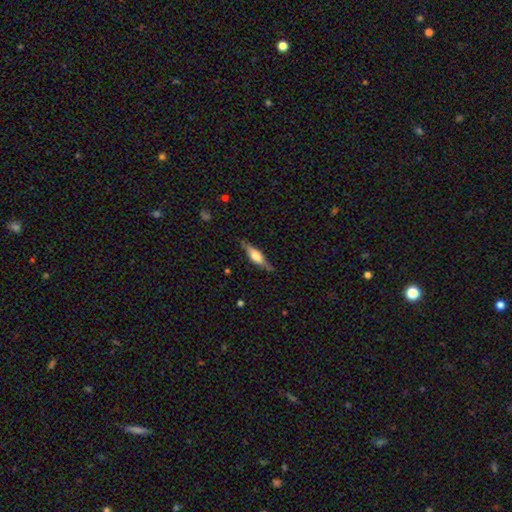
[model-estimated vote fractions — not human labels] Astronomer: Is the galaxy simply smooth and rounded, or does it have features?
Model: featured or disk — 59% (runner-up: smooth, 35%).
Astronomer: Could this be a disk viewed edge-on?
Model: yes — 94%.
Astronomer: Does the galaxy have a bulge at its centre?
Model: rounded — 76%.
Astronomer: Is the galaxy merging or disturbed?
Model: none — 82%.